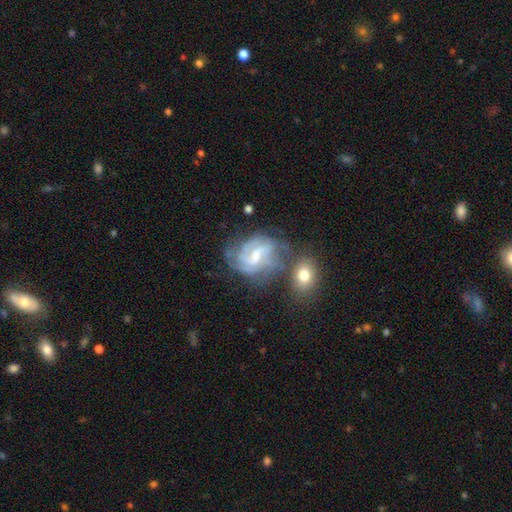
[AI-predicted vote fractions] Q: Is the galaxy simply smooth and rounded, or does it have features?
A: featured or disk — 81%.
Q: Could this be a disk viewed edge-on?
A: no — 97%.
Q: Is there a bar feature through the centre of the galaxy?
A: weak — 56%.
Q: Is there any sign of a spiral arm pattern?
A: yes — 93%.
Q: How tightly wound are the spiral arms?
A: medium — 46%.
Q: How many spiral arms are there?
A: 3 — 31%.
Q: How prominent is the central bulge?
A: small — 47%.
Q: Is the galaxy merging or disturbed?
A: none — 48%.